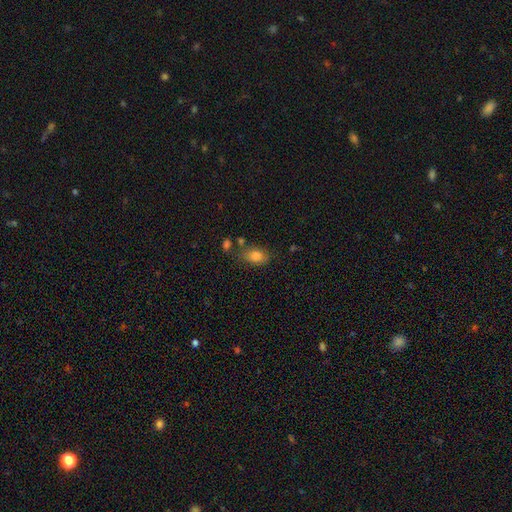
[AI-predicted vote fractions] The model was most divided on "merging": none: 68%, minor disturbance: 18%, merger: 8%, major disturbance: 5%. More confident: smooth or featured — smooth (81%); how rounded — in between (81%).